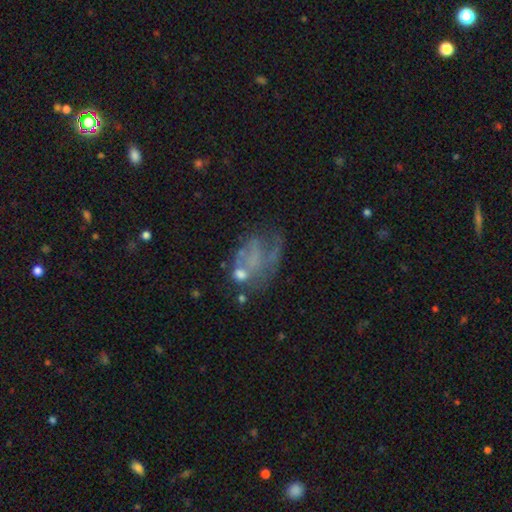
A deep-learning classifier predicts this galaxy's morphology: A featured or disk galaxy (58%) with no bar (79%), no spiral arms (61%) and no central bulge (67%).

Vote fractions:
- Smooth or featured? featured or disk: 58% / smooth: 29% / star or artifact: 14%
- Edge-on disk? no: 98% / yes: 2%
- Bar? no: 79% / weak: 17% / strong: 4%
- Spiral arms? no: 61% / yes: 39%
- Bulge size? none: 67% / small: 18% / moderate: 11% / large: 3% / dominant: 1%
- Merging? none: 35% / major disturbance: 34% / minor disturbance: 22% / merger: 9%